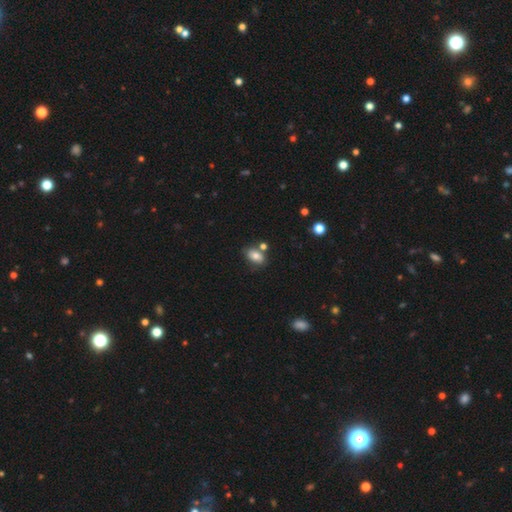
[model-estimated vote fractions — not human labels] A smooth galaxy with no disk features (78%) that is in between round and cigar-shaped (87%).

Vote fractions:
- Smooth or featured? smooth: 78% / featured or disk: 13% / star or artifact: 9%
- How rounded? in between: 87% / round: 11% / cigar-shaped: 2%
- Merging? none: 65% / merger: 17% / minor disturbance: 15% / major disturbance: 4%